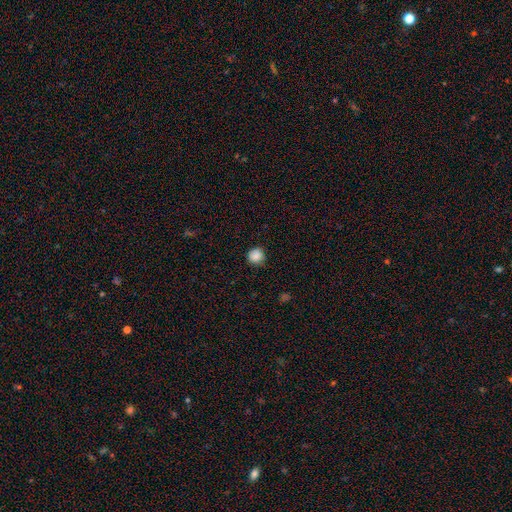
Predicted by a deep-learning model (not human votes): Overall: smooth (86%). How rounded: round (92%). Merging: none (83%).